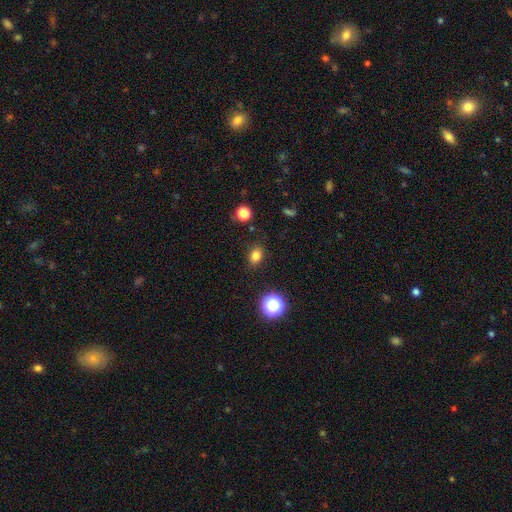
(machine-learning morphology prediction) smooth_or_featured: smooth (p=0.80) [alt: star or artifact p=0.14]
how_rounded: in between (p=0.62) [alt: round p=0.37]
merging: none (p=0.86) [alt: minor disturbance p=0.09]